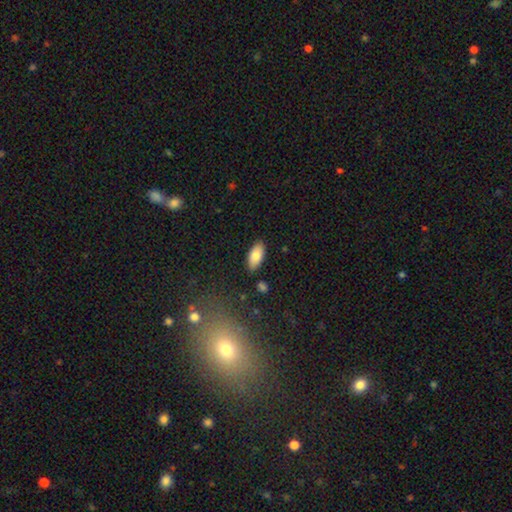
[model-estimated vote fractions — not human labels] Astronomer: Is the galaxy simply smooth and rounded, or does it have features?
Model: smooth — 84%.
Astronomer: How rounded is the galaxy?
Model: in between — 91%.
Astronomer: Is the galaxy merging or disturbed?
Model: none — 86%.